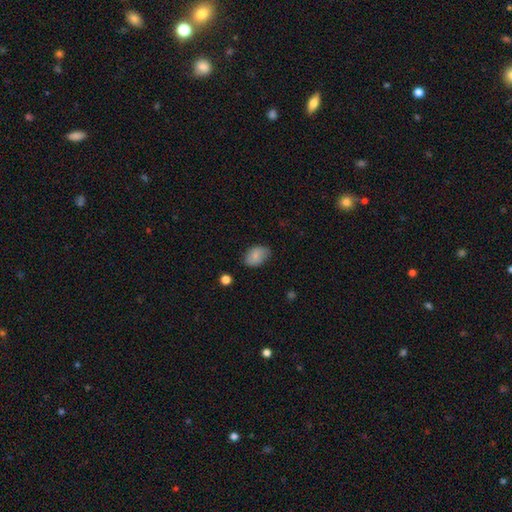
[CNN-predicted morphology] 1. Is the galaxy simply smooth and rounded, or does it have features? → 82% smooth, 10% featured or disk, 7% star or artifact.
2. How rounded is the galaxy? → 87% in between, 12% round, 1% cigar-shaped.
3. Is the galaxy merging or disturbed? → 77% none, 18% minor disturbance, 3% major disturbance, 1% merger.